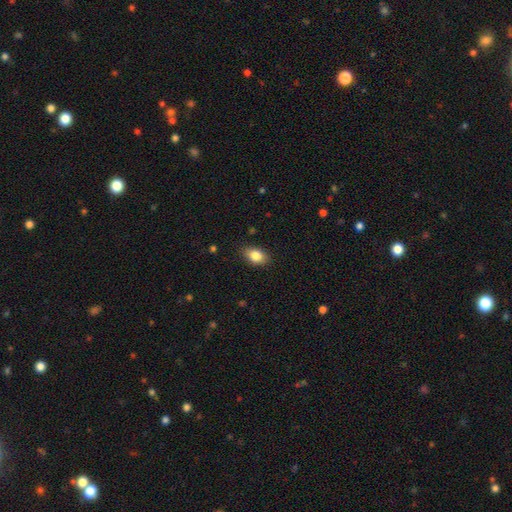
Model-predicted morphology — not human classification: The model was most divided on "how rounded": in between: 84%, round: 14%, cigar-shaped: 2%. More confident: merging — none (85%); smooth or featured — smooth (84%).